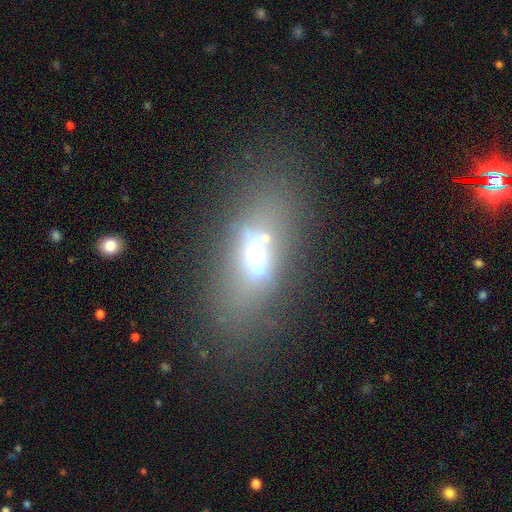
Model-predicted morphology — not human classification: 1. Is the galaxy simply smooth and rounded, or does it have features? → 43% featured or disk, 37% smooth, 20% star or artifact.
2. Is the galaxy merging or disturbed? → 62% none, 14% minor disturbance, 13% major disturbance, 11% merger.